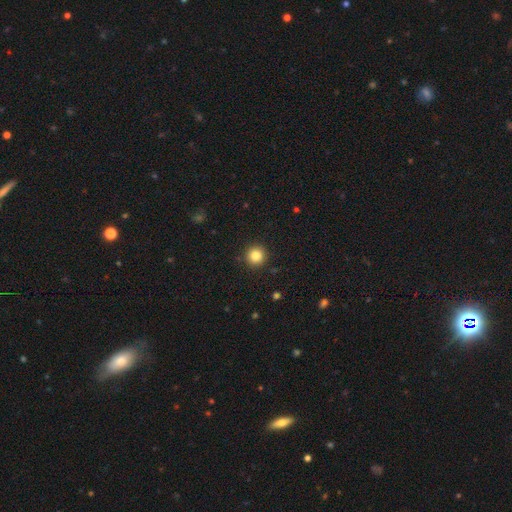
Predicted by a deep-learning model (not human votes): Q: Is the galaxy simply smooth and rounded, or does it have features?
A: smooth — 84%.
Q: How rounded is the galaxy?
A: round — 95%.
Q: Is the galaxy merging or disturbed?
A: none — 92%.